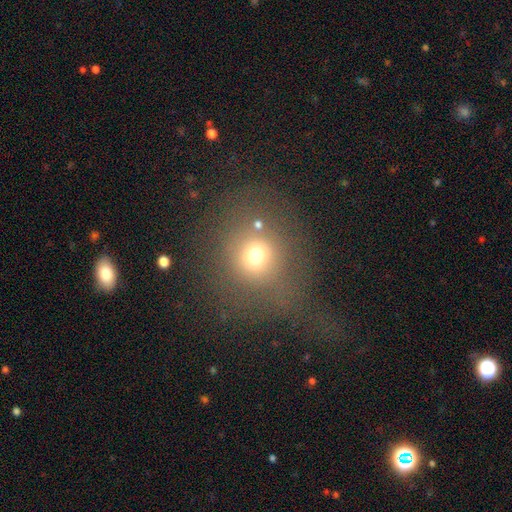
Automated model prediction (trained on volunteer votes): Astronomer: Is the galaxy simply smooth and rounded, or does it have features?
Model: smooth — 67%.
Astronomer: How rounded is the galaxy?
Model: round — 86%.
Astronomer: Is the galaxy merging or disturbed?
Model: none — 70%.